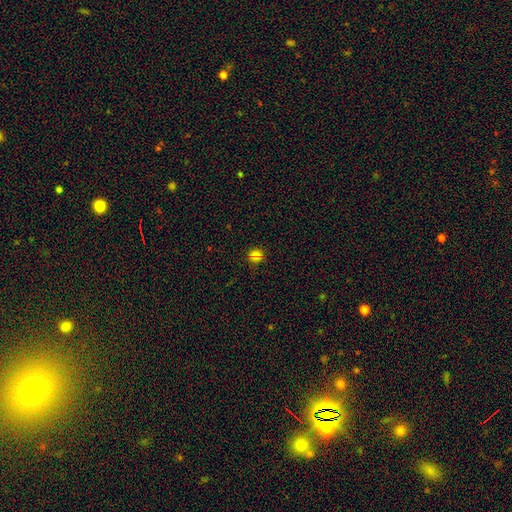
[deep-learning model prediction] Overall: smooth (77%). How rounded: round (90%). Merging: none (83%).